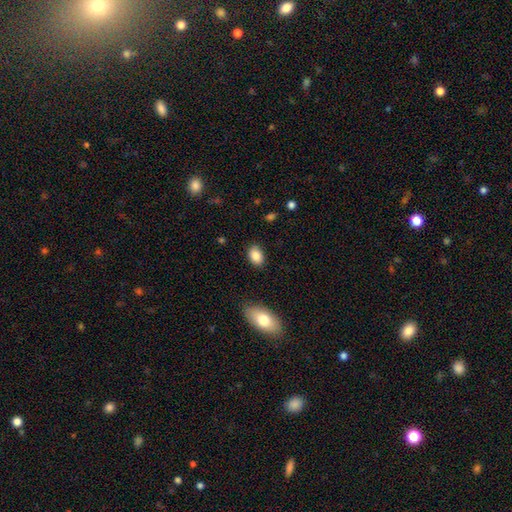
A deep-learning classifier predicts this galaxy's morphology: This appears to be a smooth galaxy with no disk features (86%) that is in between round and cigar-shaped (81%). Merging: none (84%).